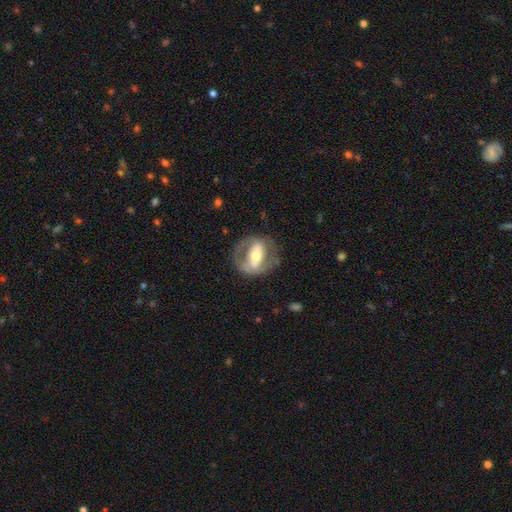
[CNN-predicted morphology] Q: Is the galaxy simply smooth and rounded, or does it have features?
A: featured or disk — 72%.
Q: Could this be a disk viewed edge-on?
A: no — 90%.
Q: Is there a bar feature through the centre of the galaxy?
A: strong — 58%.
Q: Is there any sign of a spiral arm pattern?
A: no — 54%.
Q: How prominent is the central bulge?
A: moderate — 63%.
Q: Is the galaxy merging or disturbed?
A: none — 69%.